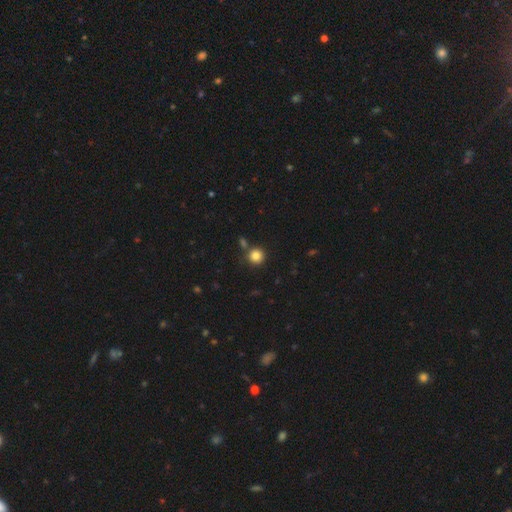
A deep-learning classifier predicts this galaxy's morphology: This appears to be a smooth galaxy with no disk features (84%) that is round (93%). Merging: none (79%).